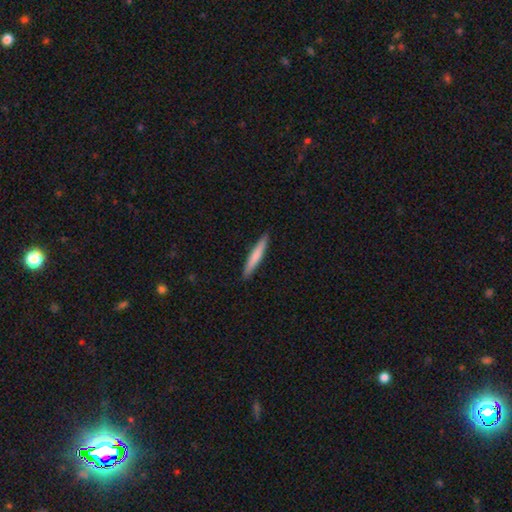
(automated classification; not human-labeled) A smooth galaxy with no disk features (72%) that is cigar-shaped (95%). Merging: none (91%).